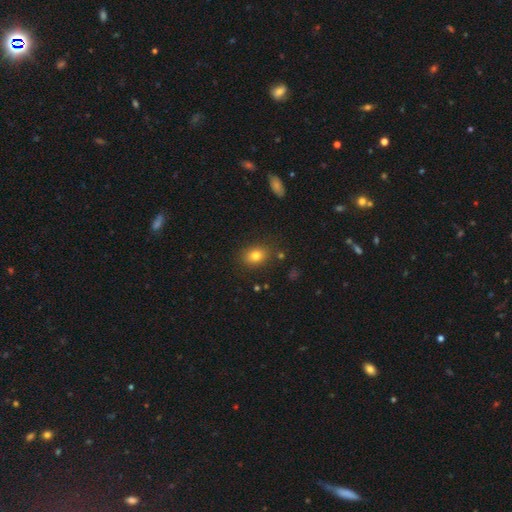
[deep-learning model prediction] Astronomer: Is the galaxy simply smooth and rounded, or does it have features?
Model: smooth — 81%.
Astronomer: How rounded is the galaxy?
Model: in between — 61% (runner-up: round, 38%).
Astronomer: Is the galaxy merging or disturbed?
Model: none — 84%.